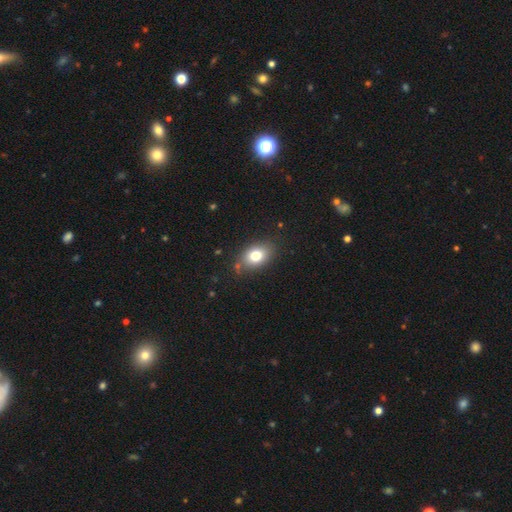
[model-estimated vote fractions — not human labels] This is likely a smooth galaxy (77%). How rounded: likely in between (77%). Merging: clearly none (81%).